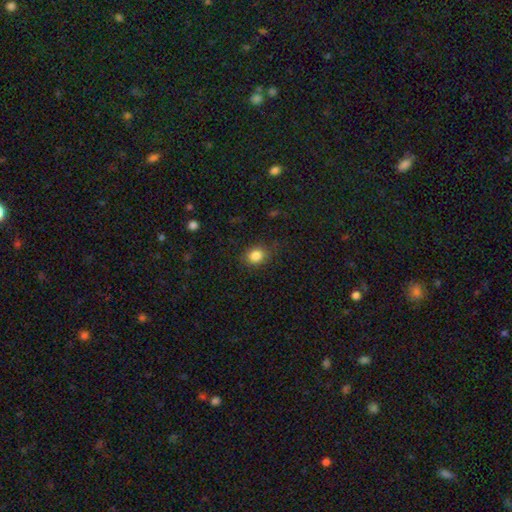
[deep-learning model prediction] Q: Smooth or featured?
A: smooth (84%); runner-up: star or artifact (10%)
Q: How rounded?
A: round (64%); runner-up: in between (35%)
Q: Merging?
A: none (83%); runner-up: minor disturbance (12%)